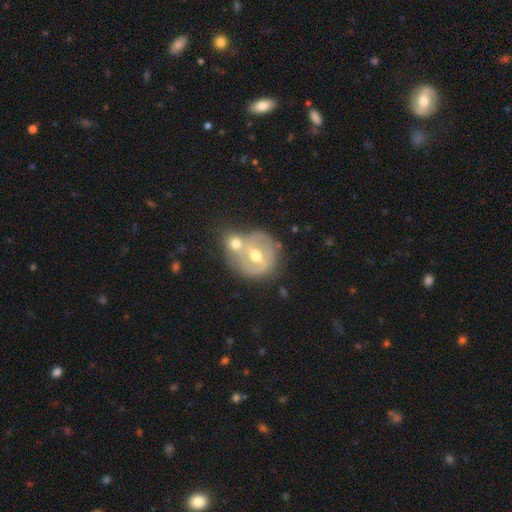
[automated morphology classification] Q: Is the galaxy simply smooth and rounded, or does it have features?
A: featured or disk — 60%.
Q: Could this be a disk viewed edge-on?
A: no — 96%.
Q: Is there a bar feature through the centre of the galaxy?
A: no — 41%, tied with weak.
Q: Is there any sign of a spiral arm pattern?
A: no — 56%.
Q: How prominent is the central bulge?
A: moderate — 78%.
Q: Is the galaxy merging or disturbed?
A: merger — 44%.